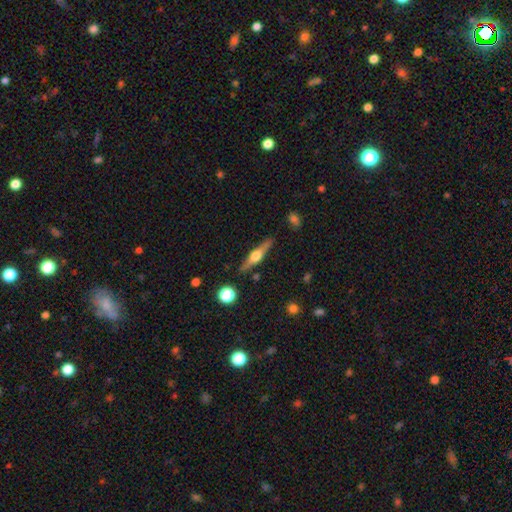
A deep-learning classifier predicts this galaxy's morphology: This appears to be a featured or disk galaxy (68%) viewed edge-on (97%) with a rounded central bulge (92%). Merging: none (86%).